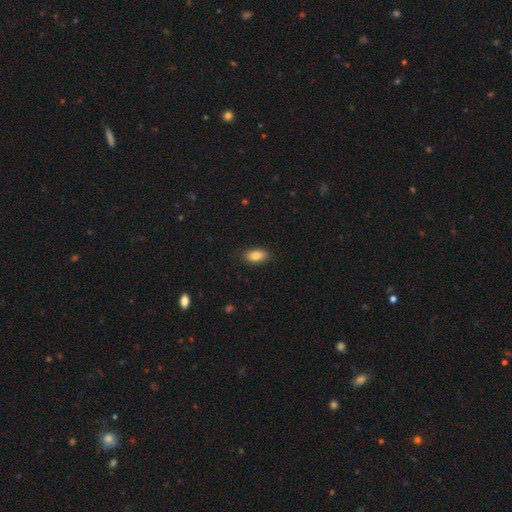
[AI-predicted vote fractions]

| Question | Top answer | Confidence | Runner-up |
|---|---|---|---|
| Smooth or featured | smooth | 86% | star or artifact (7%) |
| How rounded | in between | 91% | round (5%) |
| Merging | none | 86% | minor disturbance (11%) |